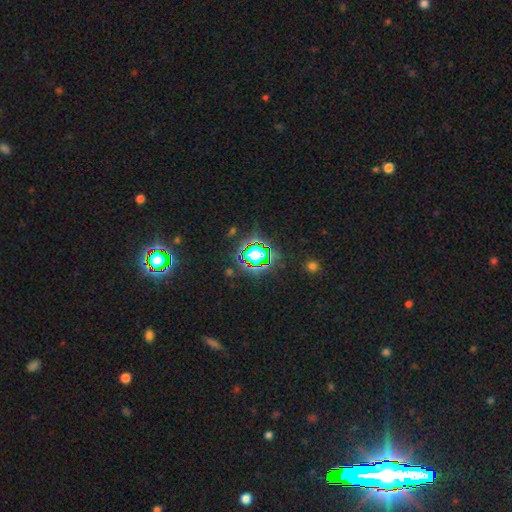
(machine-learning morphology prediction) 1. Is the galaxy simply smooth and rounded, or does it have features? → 69% star or artifact, 20% smooth, 11% featured or disk.